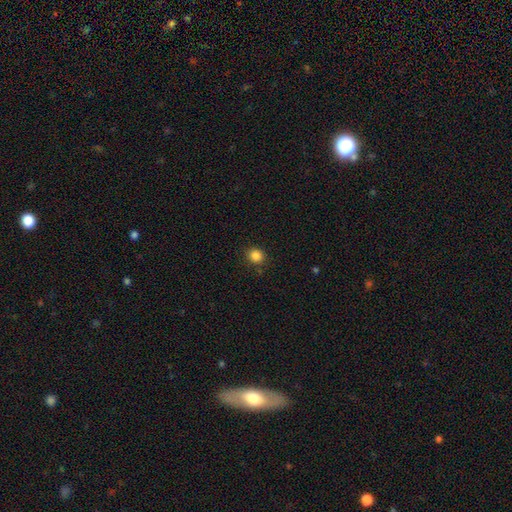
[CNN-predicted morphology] Smooth or featured? smooth (85%)
How rounded? round (82%)
Merging? none (88%)